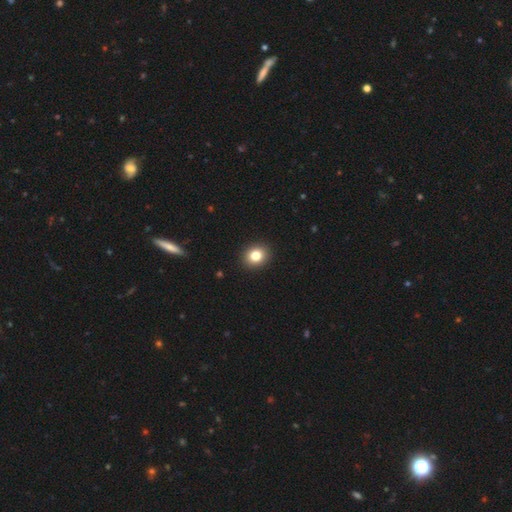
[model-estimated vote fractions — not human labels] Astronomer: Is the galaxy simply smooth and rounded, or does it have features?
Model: smooth — 82%.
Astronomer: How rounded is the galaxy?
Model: round — 70%.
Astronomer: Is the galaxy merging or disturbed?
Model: none — 92%.